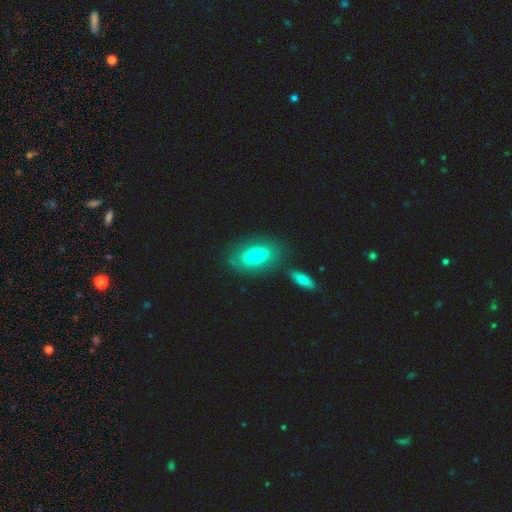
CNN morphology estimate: smooth-or-featured: smooth: 68% | featured or disk: 24% | star or artifact: 8%
  how-rounded: in between: 87% | round: 9% | cigar-shaped: 5%
  merging: none: 73% | minor disturbance: 13% | merger: 9% | major disturbance: 5%